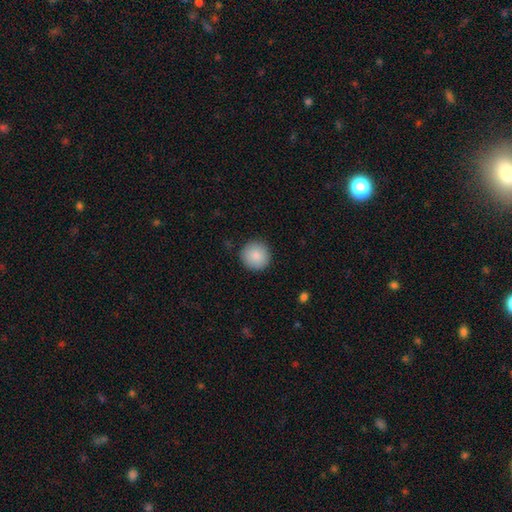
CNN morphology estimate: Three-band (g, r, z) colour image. It shows a smooth galaxy with no disk features (88%) that is round (95%). Merging: none (91%).